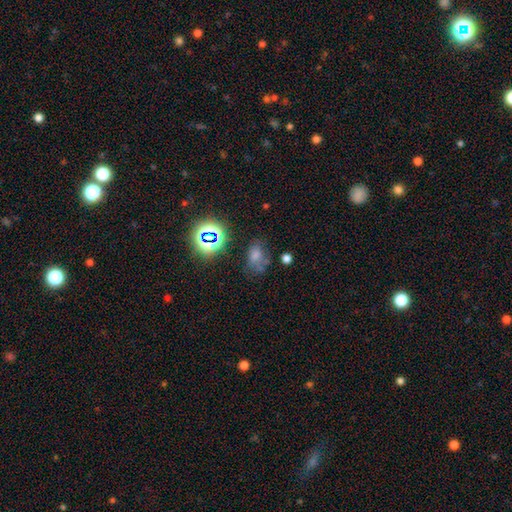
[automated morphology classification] Smooth or featured?
  - smooth: 43% *
  - star or artifact: 40%
  - featured or disk: 18%
Merging?
  - none: 64% *
  - minor disturbance: 20%
  - major disturbance: 10%
  - merger: 6%